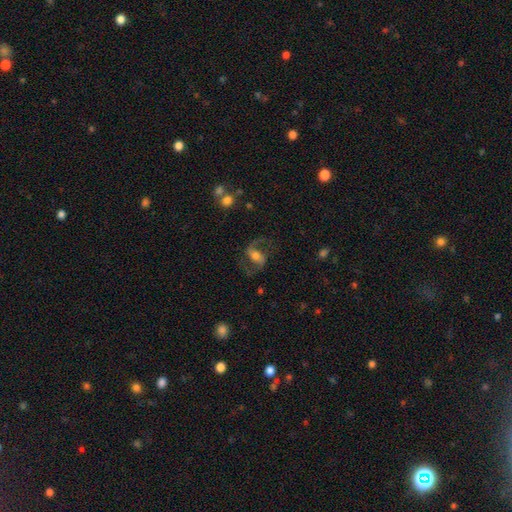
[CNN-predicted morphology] Smooth or featured? Predicted: featured or disk (p=0.80). Edge-on disk? Predicted: no (p=0.96). Bar? Predicted: strong (p=0.40). Spiral arms? Predicted: yes (p=0.93). Spiral winding? Predicted: medium (p=0.47). Spiral arm count? Predicted: 2 (p=0.91). Bulge size? Predicted: moderate (p=0.60). Merging? Predicted: none (p=0.72).